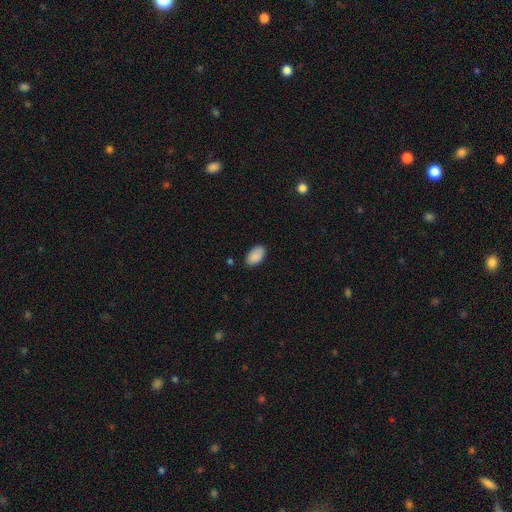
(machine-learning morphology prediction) Smooth or featured: smooth — 89% (star or artifact — 7%)
How rounded: in between — 93% (round — 5%)
Merging: none — 82% (minor disturbance — 14%)